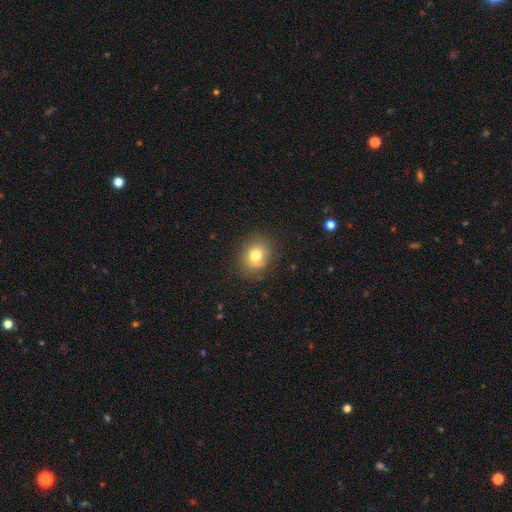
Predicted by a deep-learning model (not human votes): Q: Smooth or featured?
A: smooth (76%); runner-up: featured or disk (13%)
Q: How rounded?
A: round (67%); runner-up: in between (32%)
Q: Merging?
A: none (80%); runner-up: minor disturbance (14%)